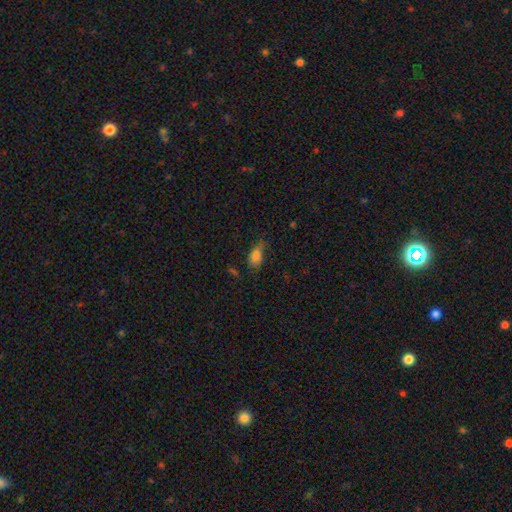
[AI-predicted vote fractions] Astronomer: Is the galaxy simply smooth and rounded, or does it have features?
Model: smooth — 78%.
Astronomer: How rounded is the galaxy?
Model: in between — 84%.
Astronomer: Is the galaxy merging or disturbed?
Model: none — 48% (runner-up: minor disturbance, 36%).